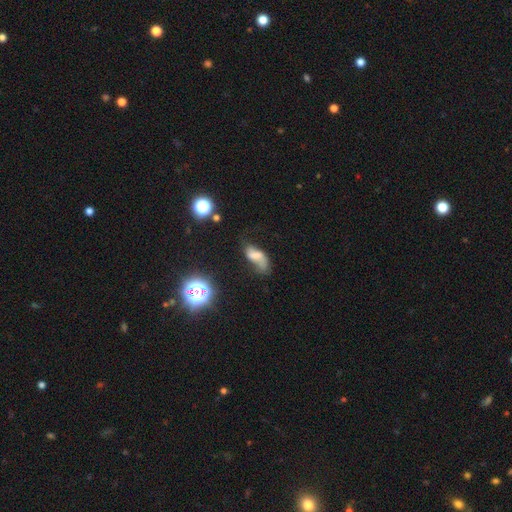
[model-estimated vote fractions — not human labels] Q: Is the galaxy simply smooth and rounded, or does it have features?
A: smooth — 46%.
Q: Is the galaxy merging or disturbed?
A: none — 31%.